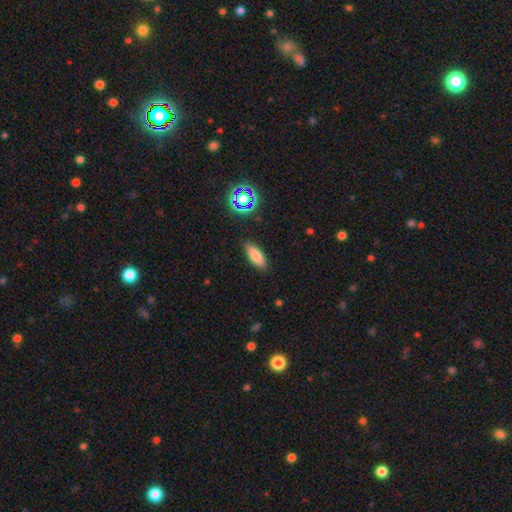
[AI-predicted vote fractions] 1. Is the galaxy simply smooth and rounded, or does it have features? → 78% smooth, 11% featured or disk, 10% star or artifact.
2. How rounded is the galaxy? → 70% in between, 27% cigar-shaped, 3% round.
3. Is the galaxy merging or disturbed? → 87% none, 9% minor disturbance, 2% major disturbance, 1% merger.